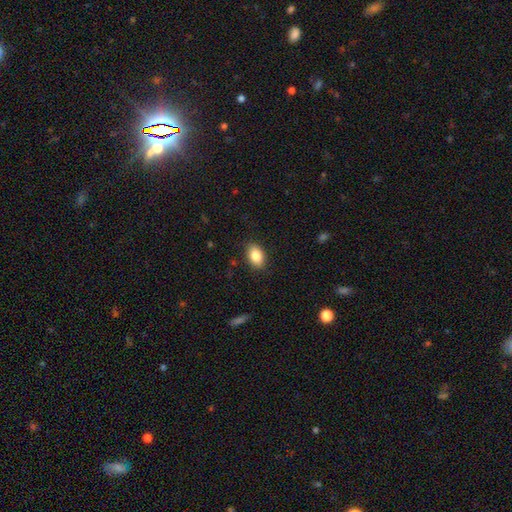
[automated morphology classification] smooth 85%, star or artifact 8%, featured or disk 7%. Down the decision tree: how rounded — in between (86%); merging — none (87%).